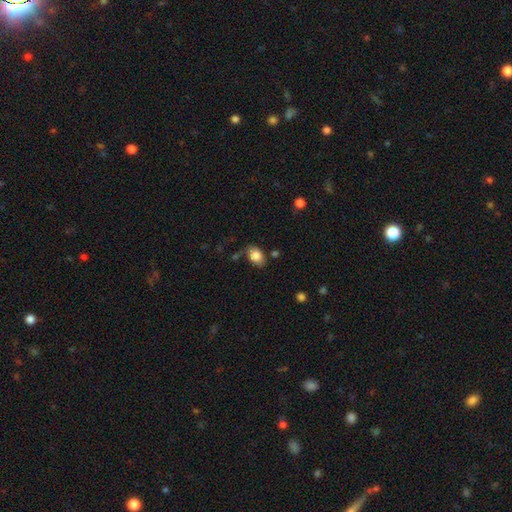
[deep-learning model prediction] Smooth or featured? smooth (83%)
How rounded? in between (84%)
Merging? none (72%)